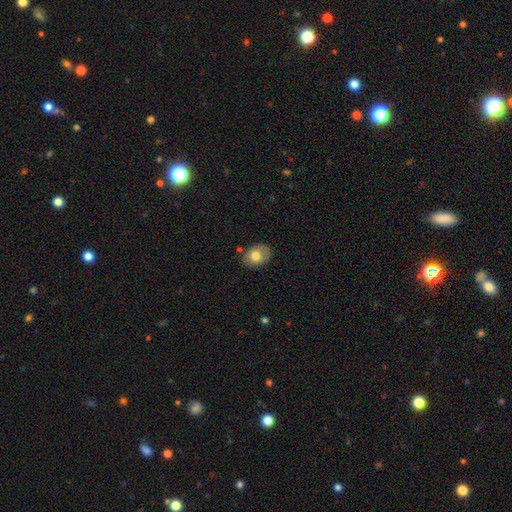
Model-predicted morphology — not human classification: Smooth or featured: smooth — 72% (featured or disk — 21%)
How rounded: in between — 65% (round — 34%)
Merging: none — 78% (minor disturbance — 16%)